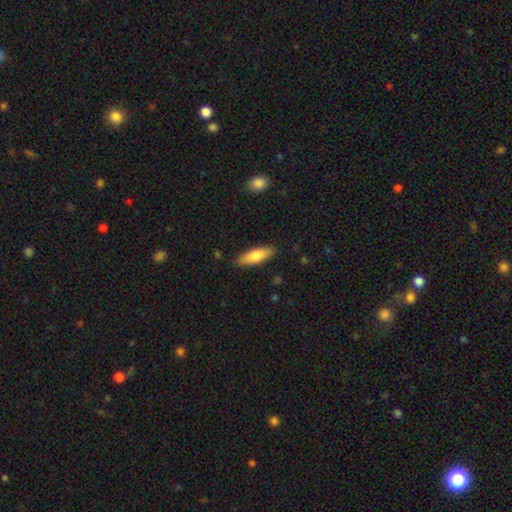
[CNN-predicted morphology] Smooth or featured? smooth (75%)
How rounded? in between (50%)
Merging? none (87%)